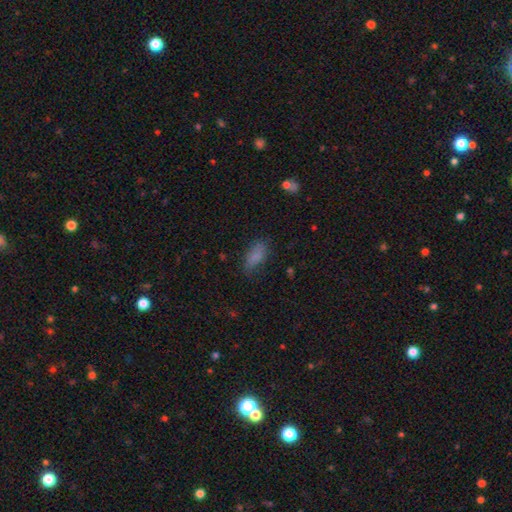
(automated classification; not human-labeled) This is clearly a smooth galaxy (82%). How rounded: clearly in between (85%). Merging: likely none (66%).